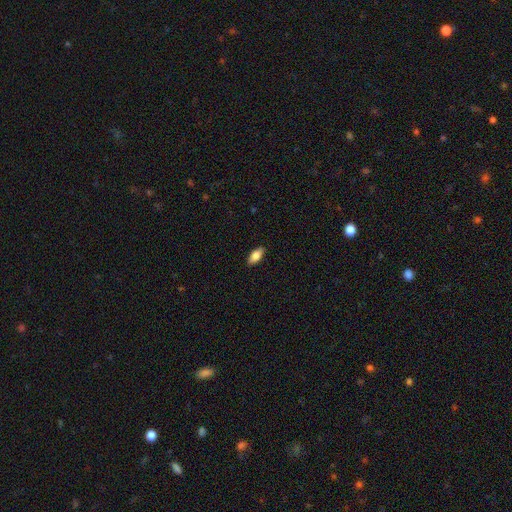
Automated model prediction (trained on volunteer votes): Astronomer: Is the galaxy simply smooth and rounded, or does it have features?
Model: smooth — 80%.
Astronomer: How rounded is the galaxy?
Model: in between — 86%.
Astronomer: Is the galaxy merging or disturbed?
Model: none — 89%.